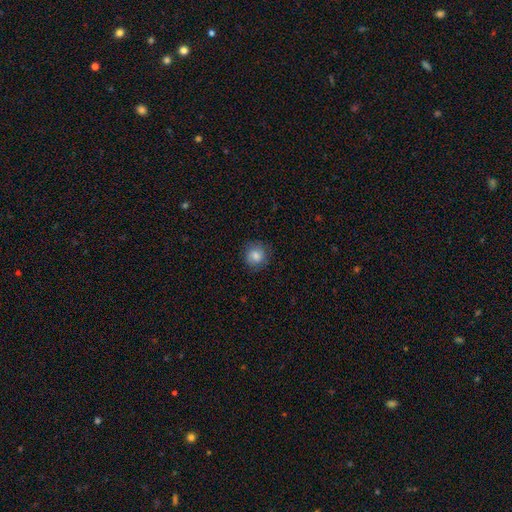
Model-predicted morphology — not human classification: Overall: smooth (82%). How rounded: round (88%). Merging: none (83%).